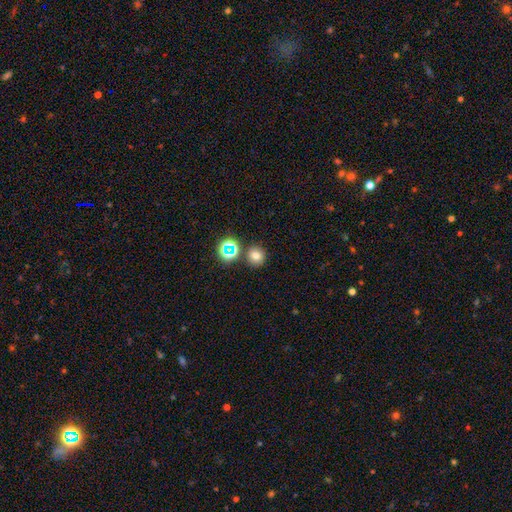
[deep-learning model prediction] Smooth or featured: smooth — 73% (star or artifact — 19%)
How rounded: round — 90% (in between — 9%)
Merging: none — 81% (merger — 9%)